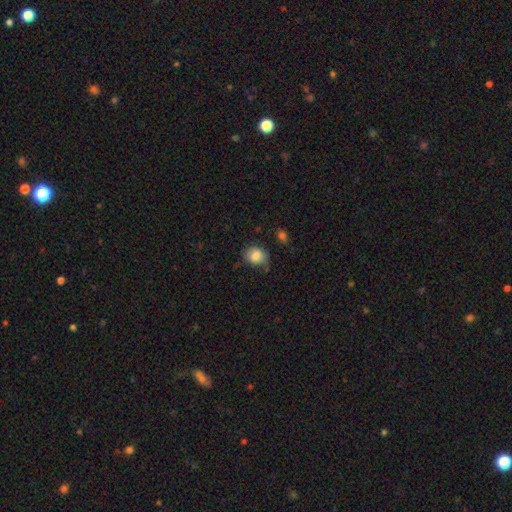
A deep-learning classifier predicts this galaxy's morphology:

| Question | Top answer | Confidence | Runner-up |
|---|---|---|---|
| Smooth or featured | smooth | 82% | featured or disk (9%) |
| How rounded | in between | 52% | round (47%) |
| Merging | none | 65% | minor disturbance (26%) |